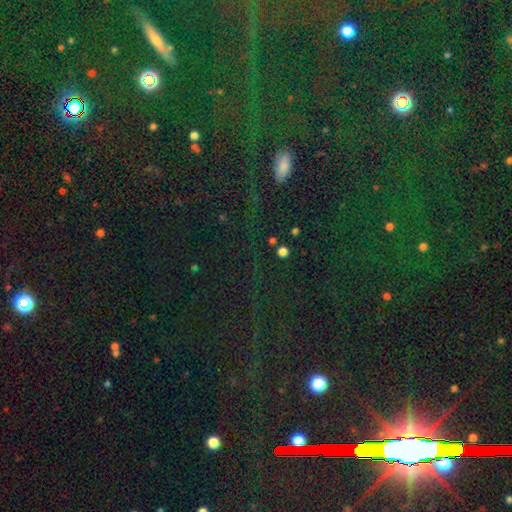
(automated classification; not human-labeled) Smooth or featured? star or artifact (82%)